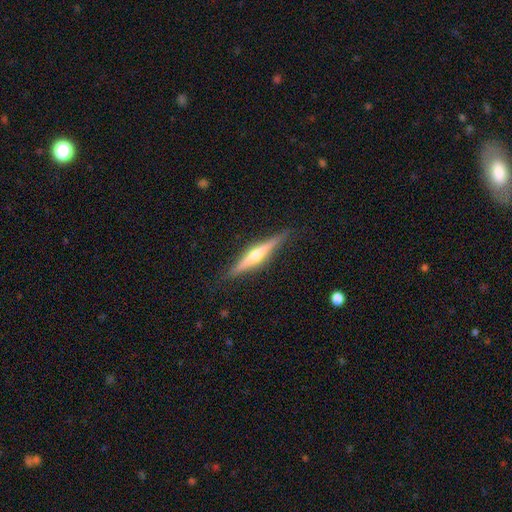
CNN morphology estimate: featured or disk 74%, smooth 20%, star or artifact 5%. Down the decision tree: edge-on disk — yes (98%); edge-on bulge — rounded (90%); merging — none (89%).